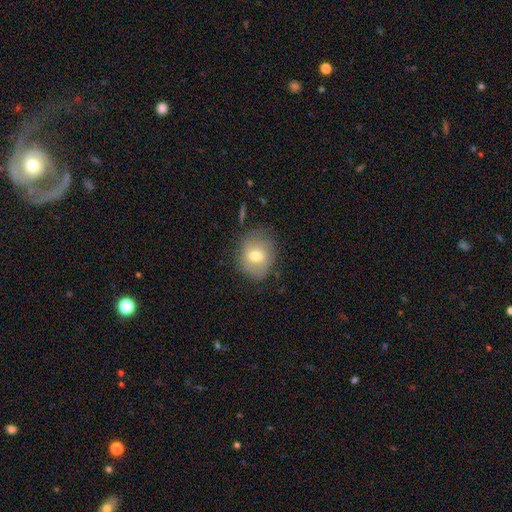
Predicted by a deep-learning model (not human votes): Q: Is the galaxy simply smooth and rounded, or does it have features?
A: smooth — 63%.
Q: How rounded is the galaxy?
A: round — 55%.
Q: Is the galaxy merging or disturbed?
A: none — 74%.